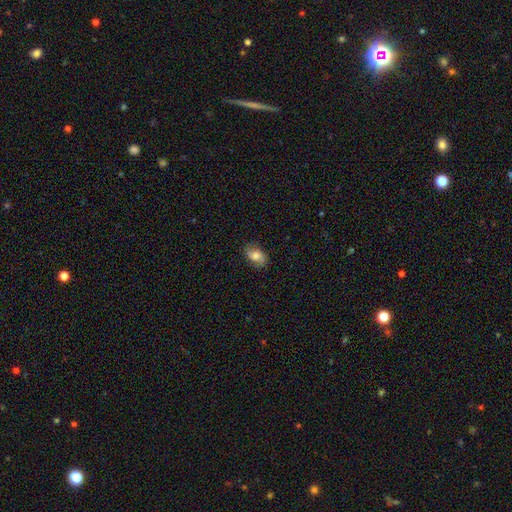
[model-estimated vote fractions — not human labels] Smooth or featured? smooth (58%)
How rounded? in between (83%)
Merging? none (78%)